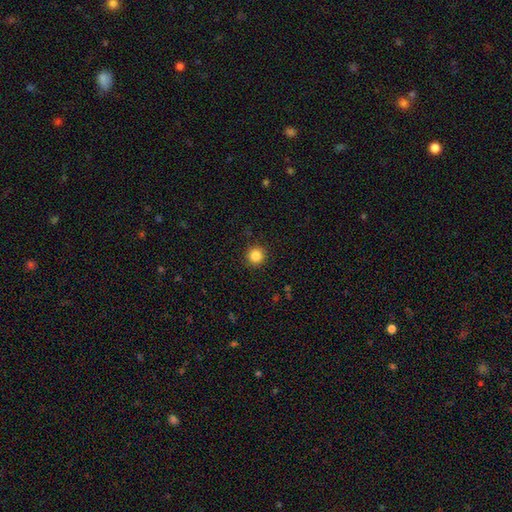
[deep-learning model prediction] Smooth or featured: smooth — 84% (star or artifact — 11%)
How rounded: round — 95% (in between — 4%)
Merging: none — 92% (minor disturbance — 5%)